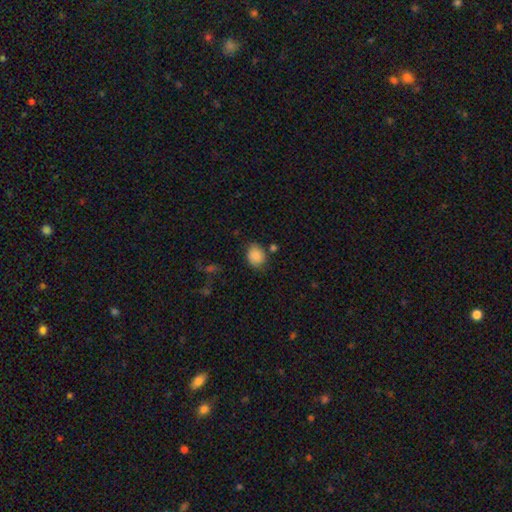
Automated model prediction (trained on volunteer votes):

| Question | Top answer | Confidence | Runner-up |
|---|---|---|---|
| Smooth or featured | smooth | 88% | star or artifact (8%) |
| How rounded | round | 53% | in between (46%) |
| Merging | none | 74% | minor disturbance (16%) |